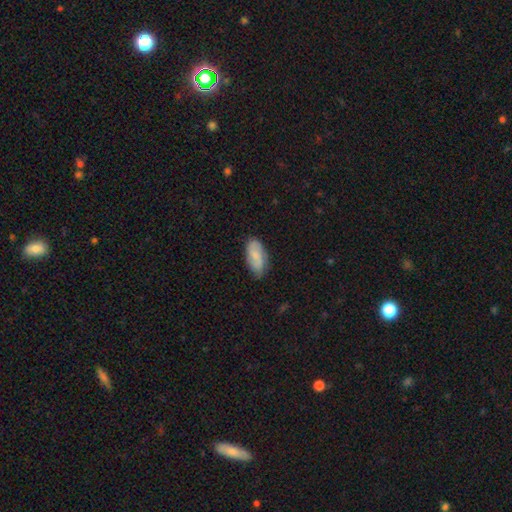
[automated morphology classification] This appears to be a smooth galaxy with no disk features (63%) that is in between round and cigar-shaped (91%). Merging: none (78%).